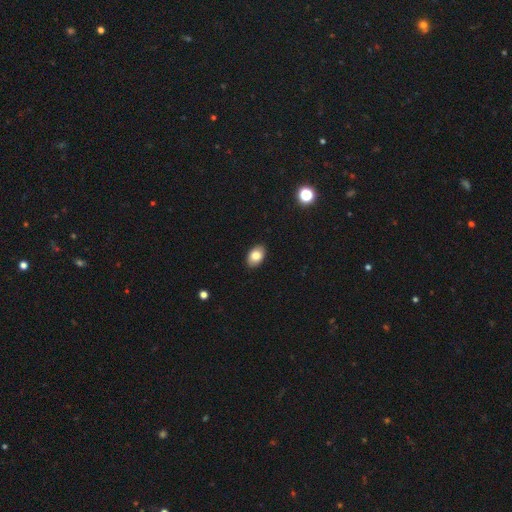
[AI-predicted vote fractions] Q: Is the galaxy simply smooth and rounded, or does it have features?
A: smooth — 82%.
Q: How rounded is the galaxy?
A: in between — 87%.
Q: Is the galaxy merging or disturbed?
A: none — 89%.